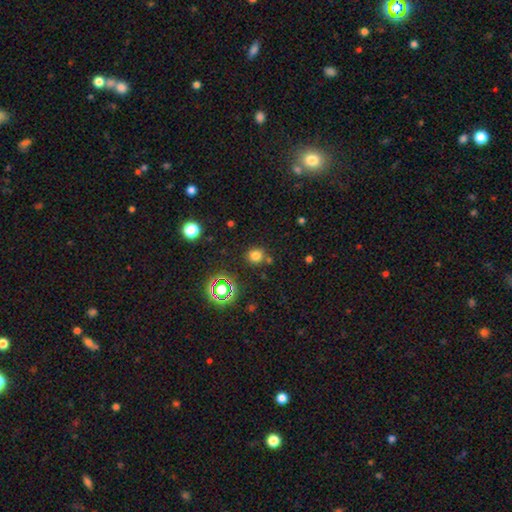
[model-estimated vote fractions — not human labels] This is likely a smooth galaxy (73%). How rounded: clearly round (85%). Merging: likely none (78%).